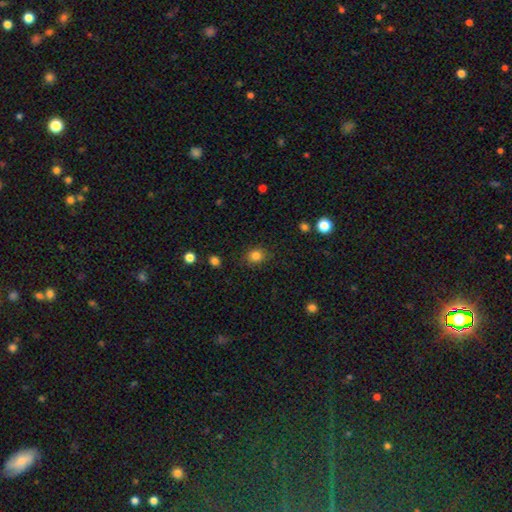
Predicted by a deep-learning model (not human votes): Smooth or featured?
  - smooth: 83% *
  - star or artifact: 12%
  - featured or disk: 5%
How rounded?
  - round: 76% *
  - in between: 23%
  - cigar-shaped: 1%
Merging?
  - none: 83% *
  - minor disturbance: 12%
  - major disturbance: 4%
  - merger: 2%